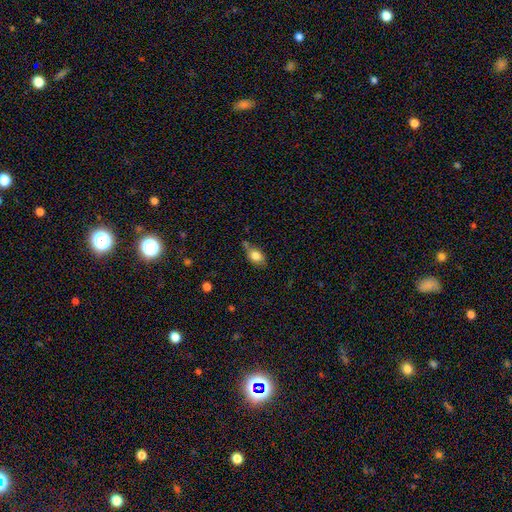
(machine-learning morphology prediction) This is likely a smooth galaxy (80%). How rounded: likely in between (79%). Merging: possibly none (52%).